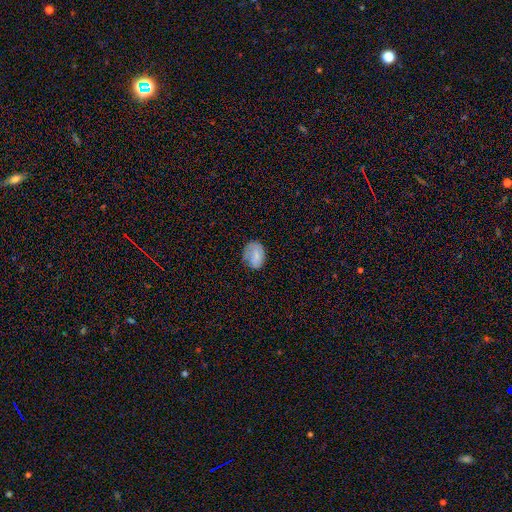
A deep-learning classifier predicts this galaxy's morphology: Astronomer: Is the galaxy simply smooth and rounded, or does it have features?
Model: smooth — 75%.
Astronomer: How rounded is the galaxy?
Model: in between — 72%.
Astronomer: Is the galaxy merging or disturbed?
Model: none — 64%.